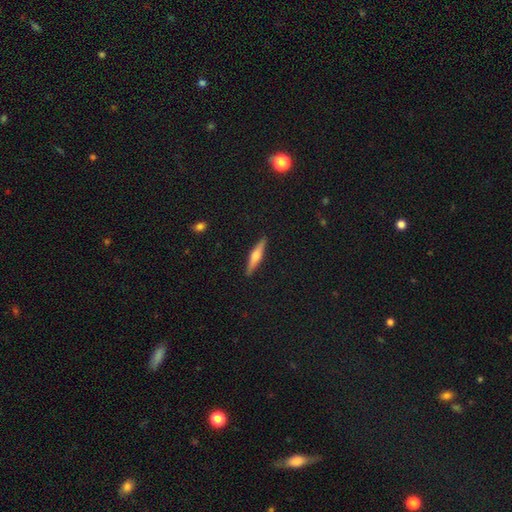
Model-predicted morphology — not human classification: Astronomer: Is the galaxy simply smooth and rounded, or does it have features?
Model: featured or disk — 56% (runner-up: smooth, 38%).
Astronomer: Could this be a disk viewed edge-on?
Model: yes — 96%.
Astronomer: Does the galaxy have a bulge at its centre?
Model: rounded — 88%.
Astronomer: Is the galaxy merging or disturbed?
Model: none — 91%.